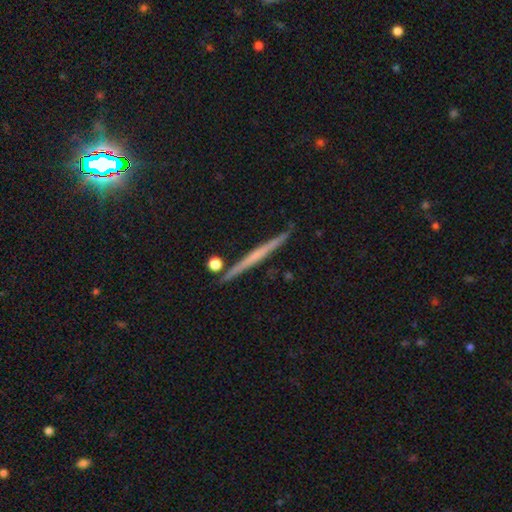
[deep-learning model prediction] Smooth or featured?
  - featured or disk: 60% *
  - smooth: 32%
  - star or artifact: 8%
Edge-on disk?
  - yes: 98% *
  - no: 2%
Edge-on bulge?
  - none: 77% *
  - rounded: 17%
  - boxy: 6%
Merging?
  - none: 89% *
  - minor disturbance: 7%
  - merger: 3%
  - major disturbance: 2%